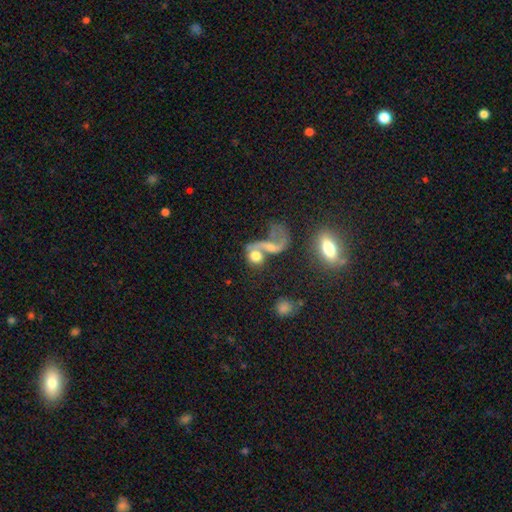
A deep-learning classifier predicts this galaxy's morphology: Smooth or featured? Predicted: smooth (p=0.49). Merging? Predicted: merger (p=0.57).